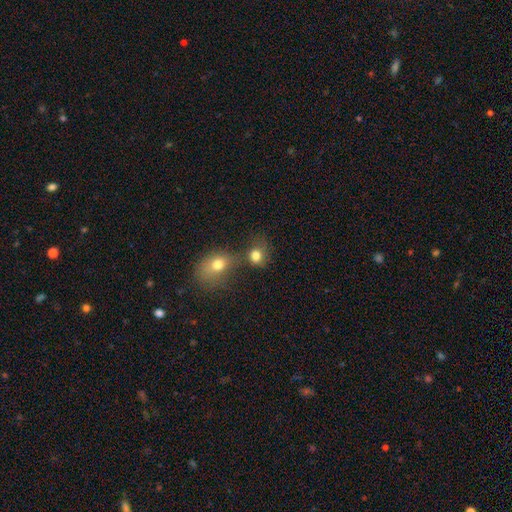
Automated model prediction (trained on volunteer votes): Smooth or featured? Predicted: smooth (p=0.78). How rounded? Predicted: round (p=0.68). Merging? Predicted: merger (p=0.45).